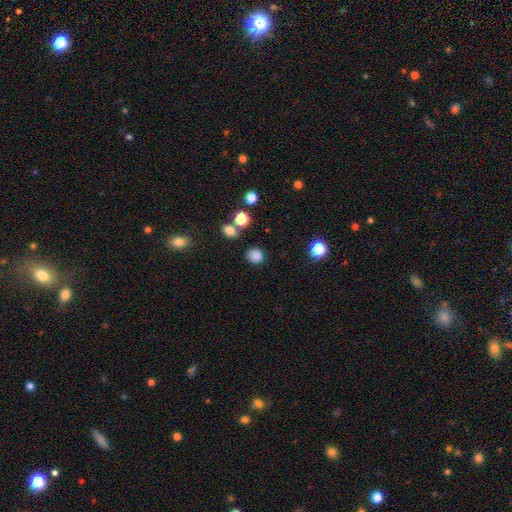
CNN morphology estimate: The model was most divided on "how rounded": round: 81%, in between: 18%, cigar-shaped: 1%. More confident: smooth or featured — smooth (83%); merging — none (79%).